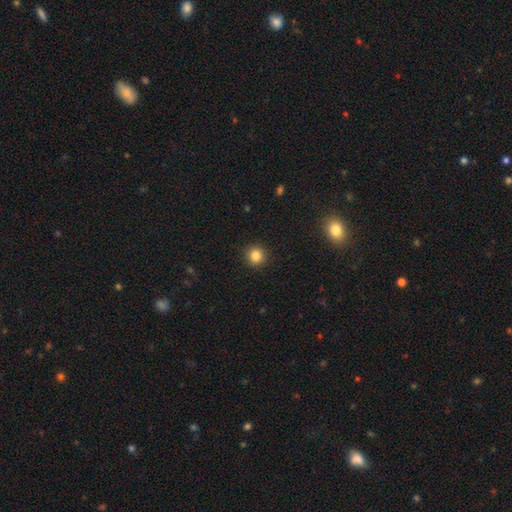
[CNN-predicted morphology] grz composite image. It shows a smooth galaxy with no disk features (84%) that is round (93%). Merging: none (92%).